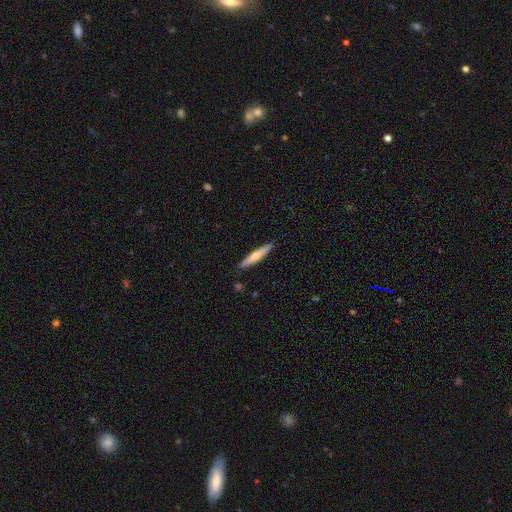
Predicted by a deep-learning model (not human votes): smooth-or-featured: smooth: 49% | featured or disk: 46% | star or artifact: 6%
  merging: none: 90% | minor disturbance: 8% | major disturbance: 1% | merger: 1%